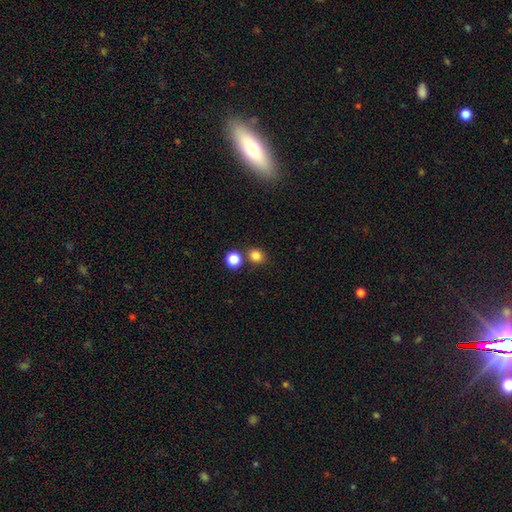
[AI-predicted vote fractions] Q: Smooth or featured?
A: smooth (82%); runner-up: star or artifact (13%)
Q: How rounded?
A: round (79%); runner-up: in between (20%)
Q: Merging?
A: none (73%); runner-up: merger (16%)